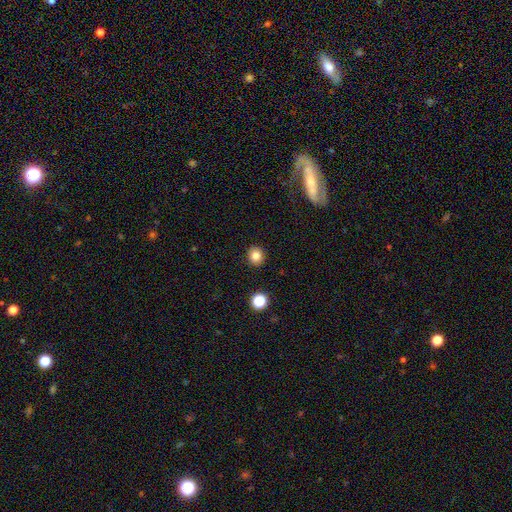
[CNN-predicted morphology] type=smooth (82%); roundness=round (83%); merging=none (91%).